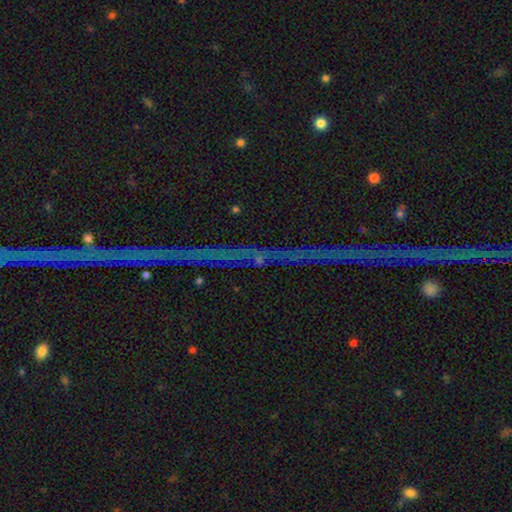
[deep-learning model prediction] Q: Smooth or featured?
A: star or artifact (73%); runner-up: featured or disk (18%)